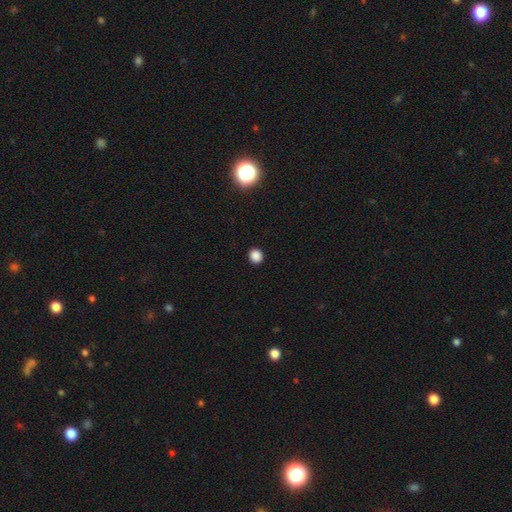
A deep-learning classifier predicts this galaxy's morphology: smooth 86%, star or artifact 11%, featured or disk 2%. Down the decision tree: how rounded — round (78%); merging — none (92%).